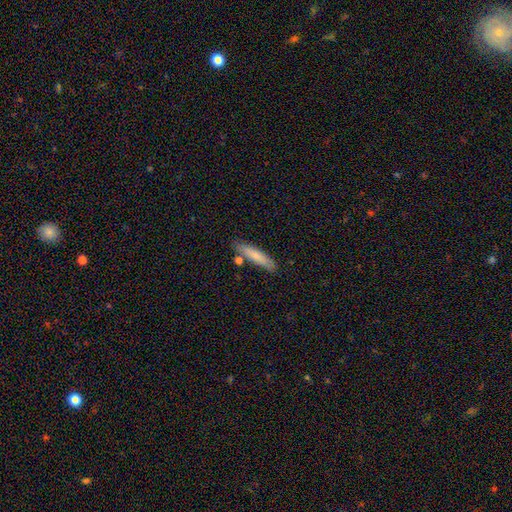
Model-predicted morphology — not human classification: The model was most divided on "smooth or featured": smooth: 74%, featured or disk: 20%, star or artifact: 6%. More confident: how rounded — cigar-shaped (84%); merging — none (78%).